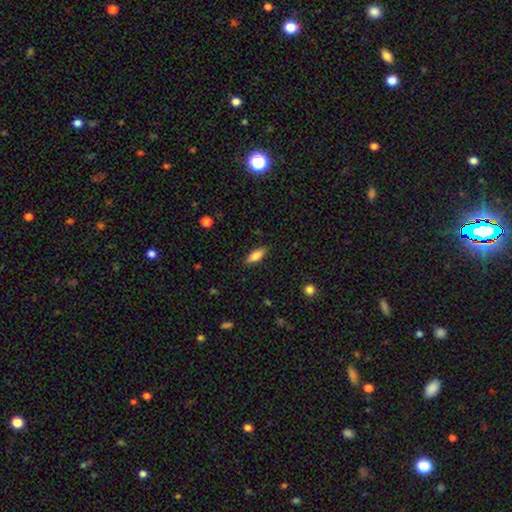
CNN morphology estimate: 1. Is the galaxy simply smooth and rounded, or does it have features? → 81% smooth, 12% featured or disk, 7% star or artifact.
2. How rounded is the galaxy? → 72% in between, 26% cigar-shaped, 2% round.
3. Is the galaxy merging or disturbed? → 86% none, 10% minor disturbance, 2% major disturbance, 1% merger.